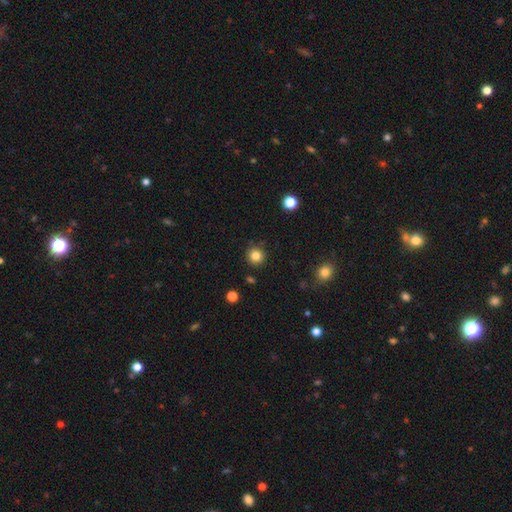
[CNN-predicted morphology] Smooth or featured: smooth — 83% (star or artifact — 12%)
How rounded: round — 94% (in between — 5%)
Merging: none — 88% (minor disturbance — 7%)